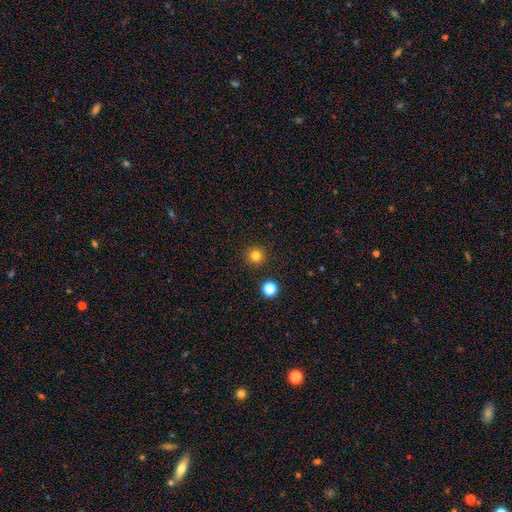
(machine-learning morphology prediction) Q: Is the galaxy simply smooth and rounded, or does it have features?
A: smooth — 81%.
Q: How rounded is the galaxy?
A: round — 96%.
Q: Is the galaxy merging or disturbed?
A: none — 92%.